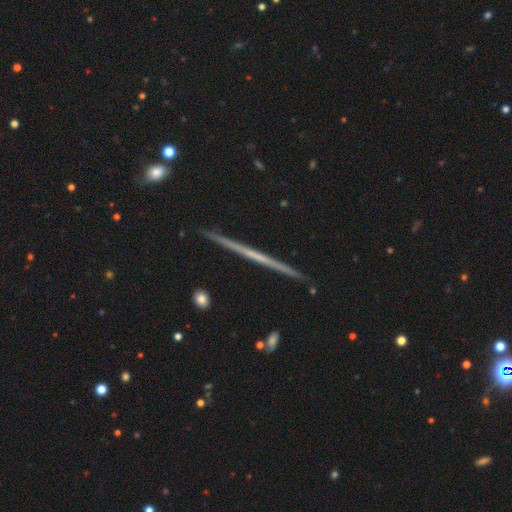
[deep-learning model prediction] smooth-or-featured: featured or disk: 73% | smooth: 21% | star or artifact: 6%
  disk-edge-on: yes: 98% | no: 2%
    edge-on-bulge: none: 85% | rounded: 12% | boxy: 4%
  merging: none: 92% | minor disturbance: 5% | merger: 1% | major disturbance: 1%